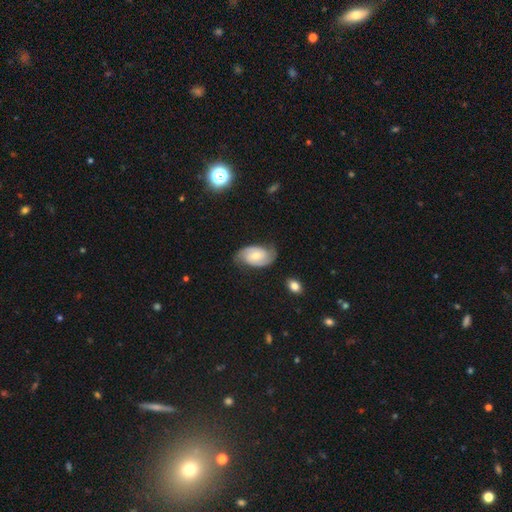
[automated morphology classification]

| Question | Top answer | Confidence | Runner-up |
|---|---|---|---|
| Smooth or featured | featured or disk | 73% | smooth (21%) |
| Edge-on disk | no | 97% | yes (3%) |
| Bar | no | 56% | weak (36%) |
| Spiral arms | yes | 93% | no (7%) |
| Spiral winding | medium | 42% | tied: tight (42%) |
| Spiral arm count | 2 | 87% | can't tell (8%) |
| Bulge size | moderate | 52% | small (40%) |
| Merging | none | 74% | minor disturbance (19%) |